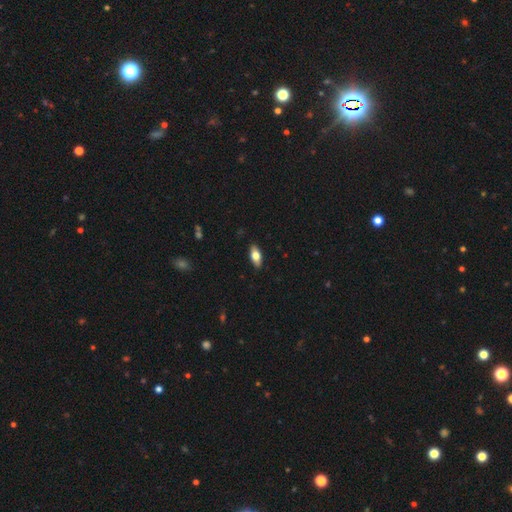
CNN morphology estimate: type=smooth (73%); roundness=in between (86%); merging=none (89%).